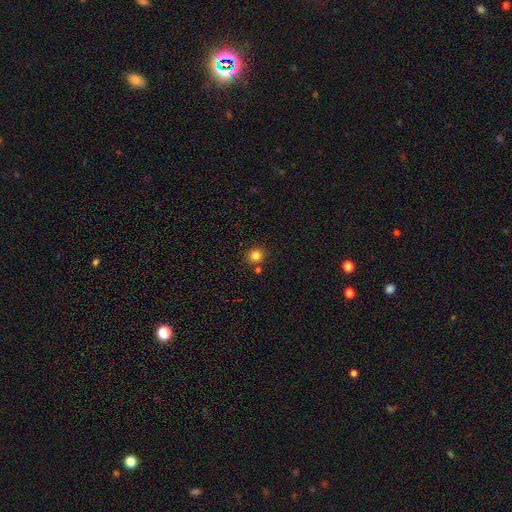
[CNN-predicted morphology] Smooth or featured: smooth — 82% (star or artifact — 13%)
How rounded: round — 92% (in between — 7%)
Merging: none — 83% (merger — 8%)